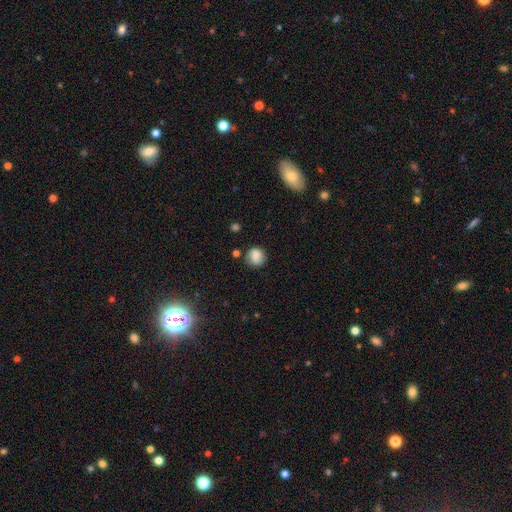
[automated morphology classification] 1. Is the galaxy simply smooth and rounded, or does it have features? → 80% smooth, 10% star or artifact, 10% featured or disk.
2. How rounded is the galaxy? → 81% round, 18% in between, 1% cigar-shaped.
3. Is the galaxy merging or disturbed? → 74% none, 18% minor disturbance, 4% major disturbance, 4% merger.